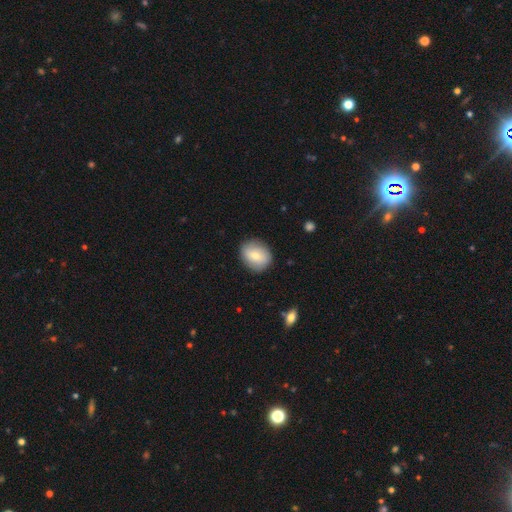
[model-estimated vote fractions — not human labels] smooth_or_featured: smooth (p=0.72) [alt: featured or disk p=0.21]
how_rounded: round (p=0.61) [alt: in between p=0.38]
merging: none (p=0.85) [alt: minor disturbance p=0.11]